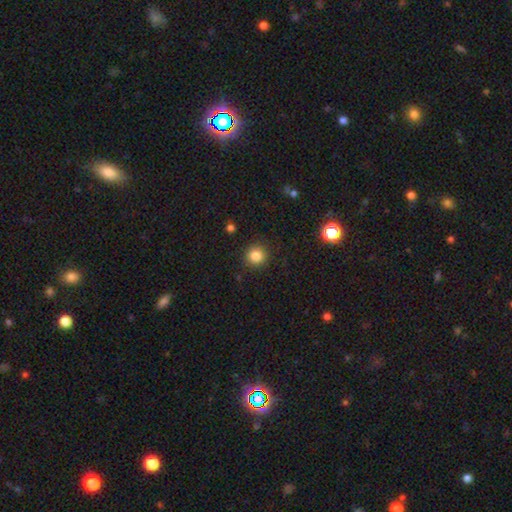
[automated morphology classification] smooth-or-featured: smooth: 84% | star or artifact: 12% | featured or disk: 5%
  how-rounded: round: 93% | in between: 6% | cigar-shaped: 1%
  merging: none: 90% | minor disturbance: 6% | major disturbance: 2% | merger: 1%